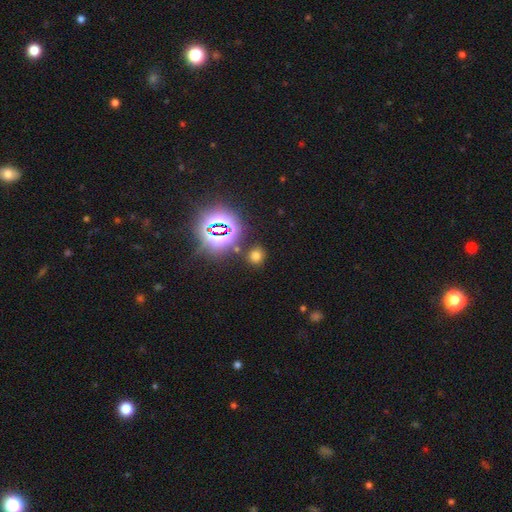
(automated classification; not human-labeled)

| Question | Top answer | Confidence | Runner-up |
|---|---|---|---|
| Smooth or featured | smooth | 63% | star or artifact (31%) |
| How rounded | round | 79% | in between (19%) |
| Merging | none | 82% | minor disturbance (9%) |